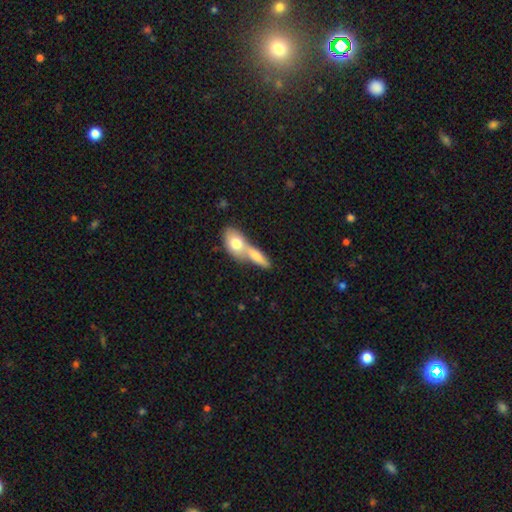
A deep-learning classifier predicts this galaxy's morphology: This is likely a smooth galaxy (71%). How rounded: likely in between (62%). Merging: likely merger (71%).